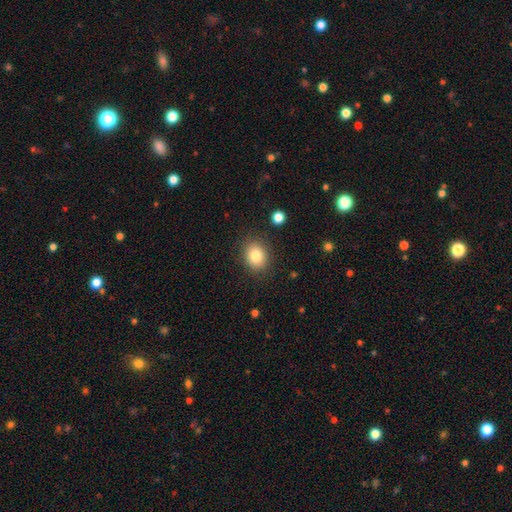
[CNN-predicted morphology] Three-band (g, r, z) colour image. It shows a smooth galaxy with no disk features (83%) that is round (59%). Merging: none (86%).